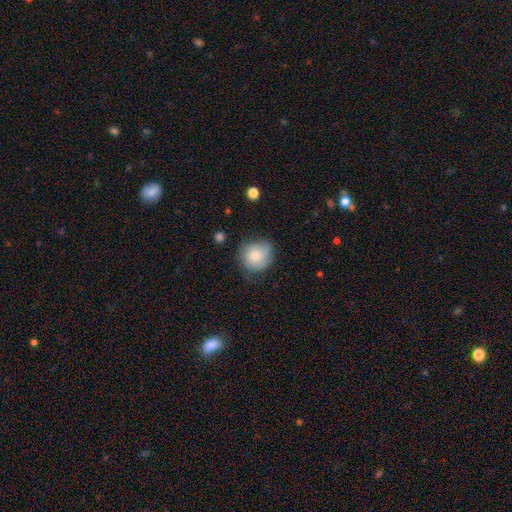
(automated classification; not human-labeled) This appears to be a smooth galaxy with no disk features (74%) that is round (81%). Merging: none (61%).